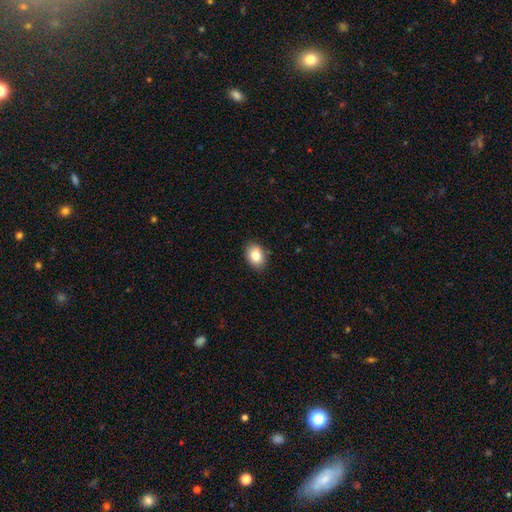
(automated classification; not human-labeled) Smooth or featured? Predicted: smooth (p=0.81). How rounded? Predicted: in between (p=0.74). Merging? Predicted: none (p=0.87).